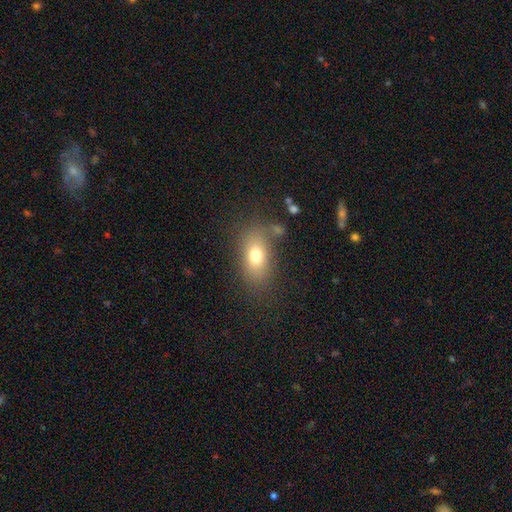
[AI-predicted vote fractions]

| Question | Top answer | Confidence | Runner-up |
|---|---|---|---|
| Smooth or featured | smooth | 73% | featured or disk (15%) |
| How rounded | in between | 83% | round (13%) |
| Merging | none | 71% | minor disturbance (16%) |